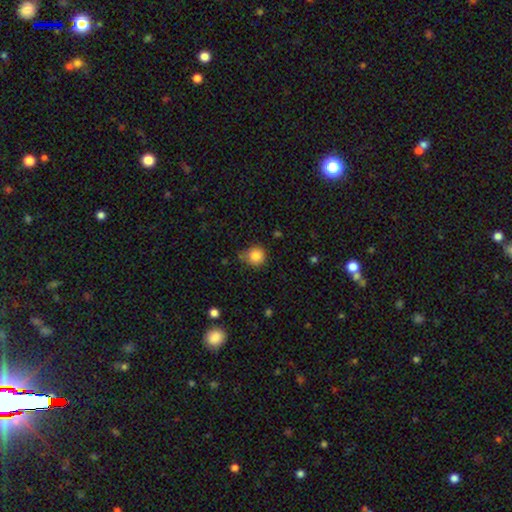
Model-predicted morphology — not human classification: This appears to be a smooth galaxy with no disk features (85%) that is round (91%). Merging: none (69%).